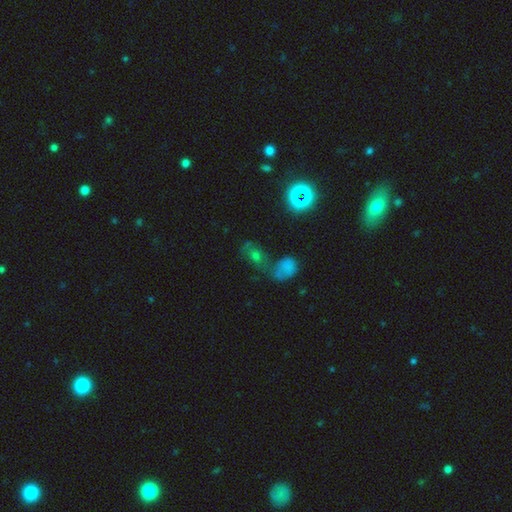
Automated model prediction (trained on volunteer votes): Smooth or featured? Predicted: smooth (p=0.41). Merging? Predicted: merger (p=0.36, tied with none).